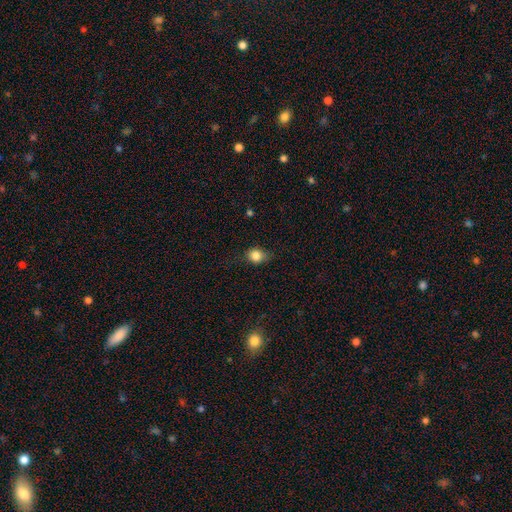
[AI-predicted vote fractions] Overall: smooth (82%). How rounded: round (57%; in between 41%). Merging: none (70%).